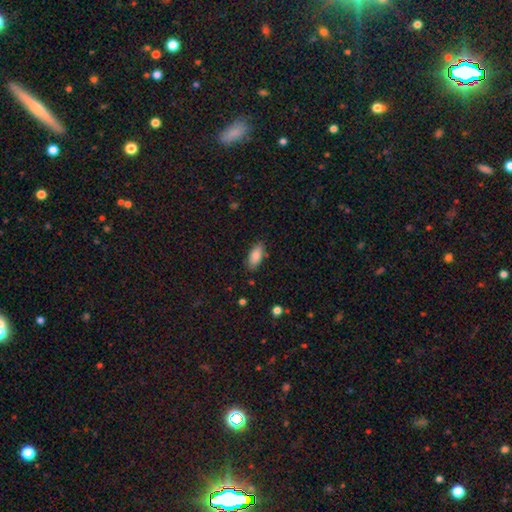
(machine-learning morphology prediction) Overall: smooth (86%). How rounded: in between (85%). Merging: none (82%).